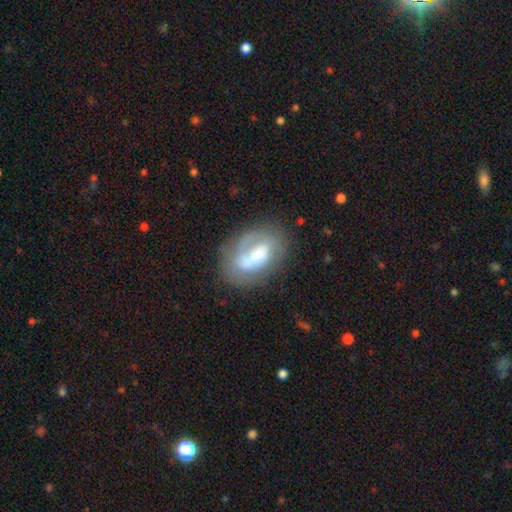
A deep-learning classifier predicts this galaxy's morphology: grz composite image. It shows a featured or disk galaxy (62%) with a weak bar (39%), spiral arms (75%) and a moderate central bulge (33%). Merging: none (61%).